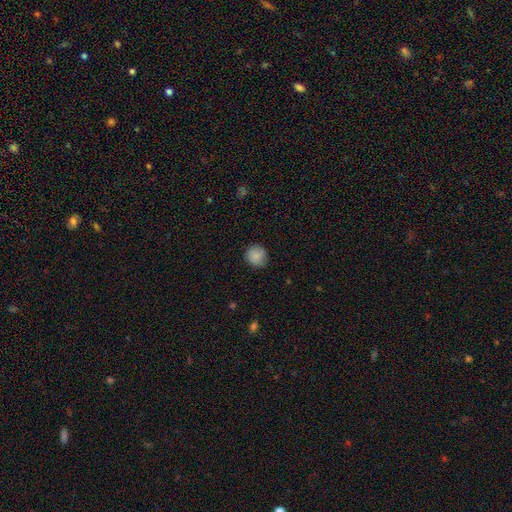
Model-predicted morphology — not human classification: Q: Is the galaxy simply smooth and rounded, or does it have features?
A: smooth — 85%.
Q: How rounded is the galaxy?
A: round — 92%.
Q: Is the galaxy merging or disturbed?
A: none — 84%.